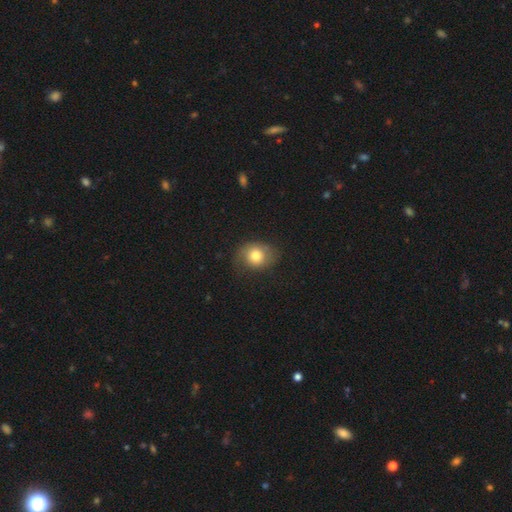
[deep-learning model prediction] Morphology: type=smooth (74%); roundness=round (57%); merging=none (65%).